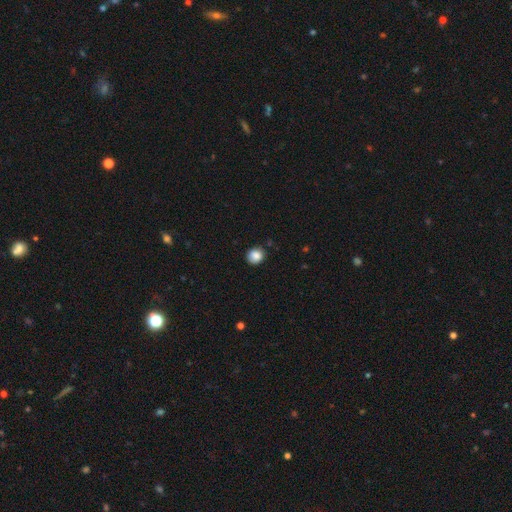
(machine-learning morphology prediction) smooth 87%, star or artifact 9%, featured or disk 4%. Down the decision tree: how rounded — round (86%); merging — none (87%).